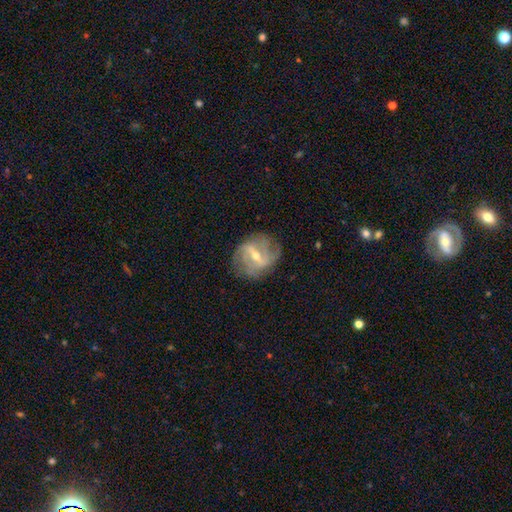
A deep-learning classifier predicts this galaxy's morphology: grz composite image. It shows a featured or disk galaxy (84%) with a strong bar (53%), 2 (51%) medium (42%) spiral arms (89%) and a small central bulge (48%, tied with moderate). Merging: none (71%).